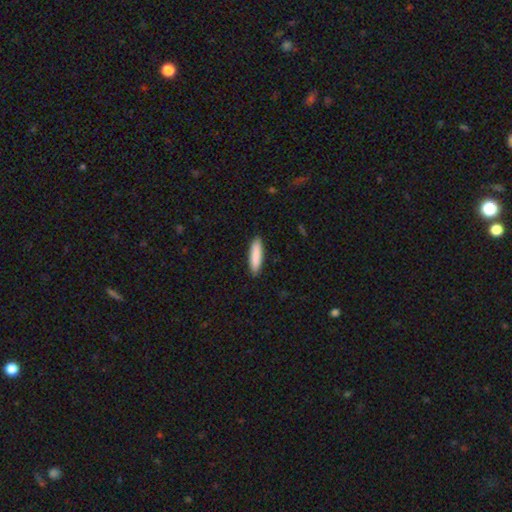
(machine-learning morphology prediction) Overall: smooth (87%). How rounded: cigar-shaped (76%). Merging: none (90%).